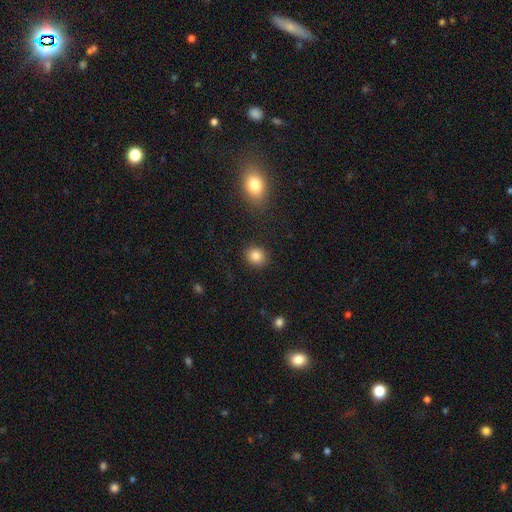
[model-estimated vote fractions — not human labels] This is clearly a smooth galaxy (85%). How rounded: clearly round (81%). Merging: clearly none (89%).